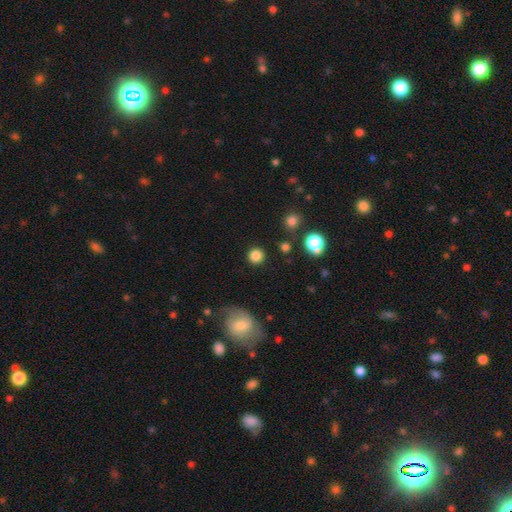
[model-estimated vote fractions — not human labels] Smooth or featured? Predicted: smooth (p=0.84). How rounded? Predicted: round (p=0.93). Merging? Predicted: none (p=0.89).